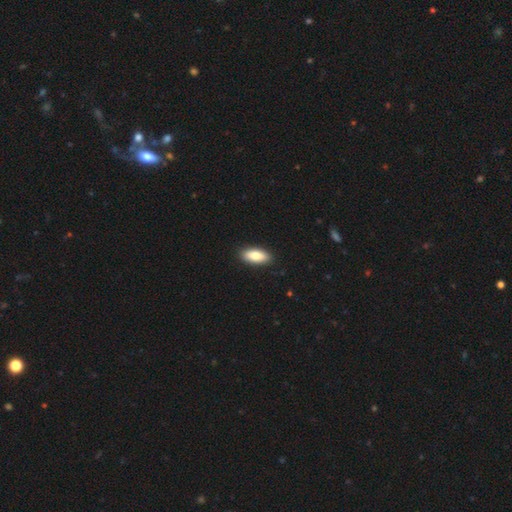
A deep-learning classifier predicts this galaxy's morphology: Smooth or featured: smooth — 81% (featured or disk — 13%)
How rounded: in between — 83% (cigar-shaped — 14%)
Merging: none — 90% (minor disturbance — 7%)